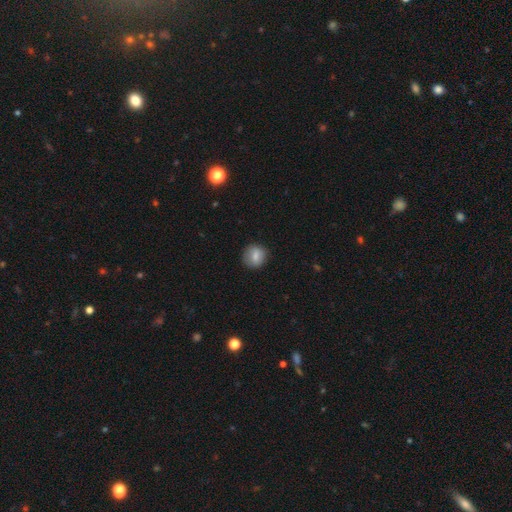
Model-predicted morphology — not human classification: The model was most divided on "how rounded": round: 78%, in between: 21%, cigar-shaped: 1%. More confident: merging — none (84%); smooth or featured — smooth (75%).